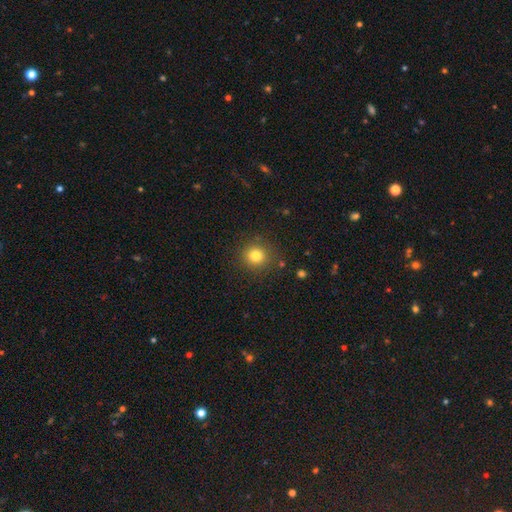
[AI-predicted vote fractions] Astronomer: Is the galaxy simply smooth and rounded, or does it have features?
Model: smooth — 80%.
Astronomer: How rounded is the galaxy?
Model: round — 93%.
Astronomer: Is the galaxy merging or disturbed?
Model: none — 87%.